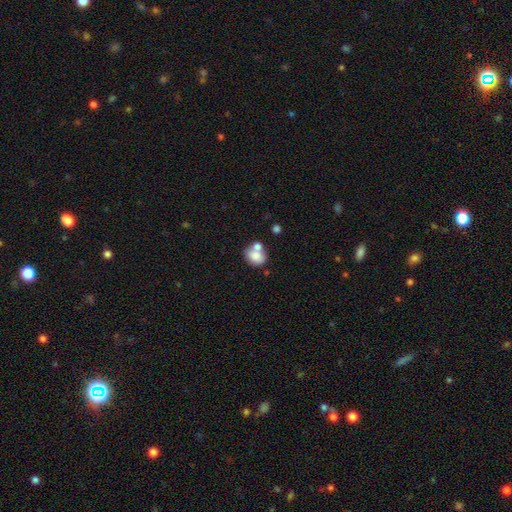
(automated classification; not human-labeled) Smooth or featured? Predicted: smooth (p=0.78). How rounded? Predicted: round (p=0.51). Merging? Predicted: none (p=0.46).